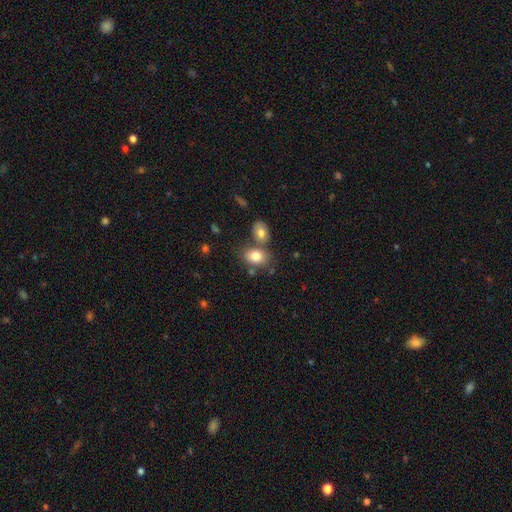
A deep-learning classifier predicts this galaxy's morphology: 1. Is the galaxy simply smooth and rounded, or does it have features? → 80% smooth, 11% featured or disk, 9% star or artifact.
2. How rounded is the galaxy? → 77% in between, 22% round, 1% cigar-shaped.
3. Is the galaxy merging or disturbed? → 53% none, 32% merger, 11% minor disturbance, 4% major disturbance.